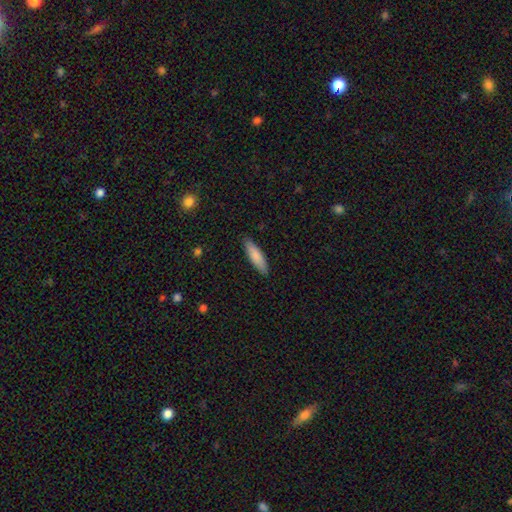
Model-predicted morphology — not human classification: Smooth or featured: smooth — 84% (featured or disk — 11%)
How rounded: cigar-shaped — 67% (in between — 32%)
Merging: none — 89% (minor disturbance — 9%)